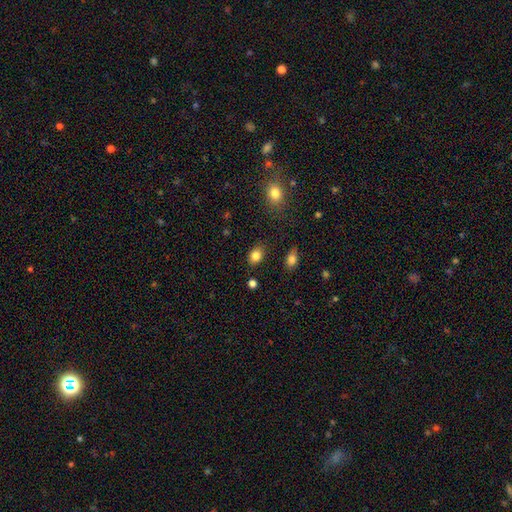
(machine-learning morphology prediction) This appears to be a smooth galaxy with no disk features (83%) that is in between round and cigar-shaped (71%). Merging: none (82%).